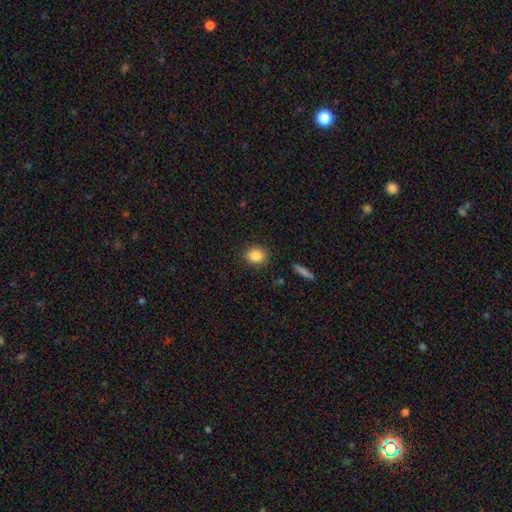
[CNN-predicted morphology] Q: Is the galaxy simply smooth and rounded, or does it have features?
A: smooth — 85%.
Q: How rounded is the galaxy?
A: round — 59%.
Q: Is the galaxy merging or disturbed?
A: none — 88%.